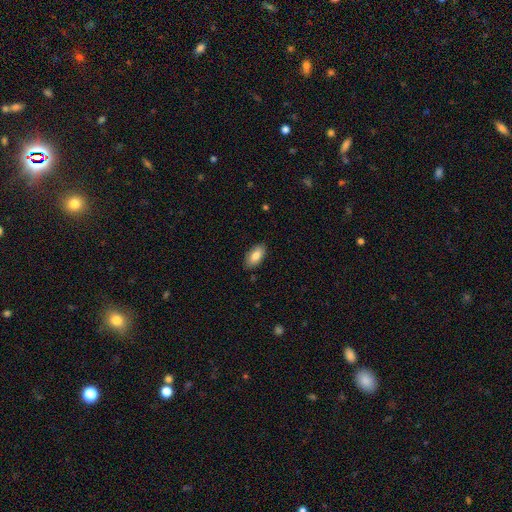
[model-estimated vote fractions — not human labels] Overall: smooth (83%). How rounded: in between (93%). Merging: none (86%).